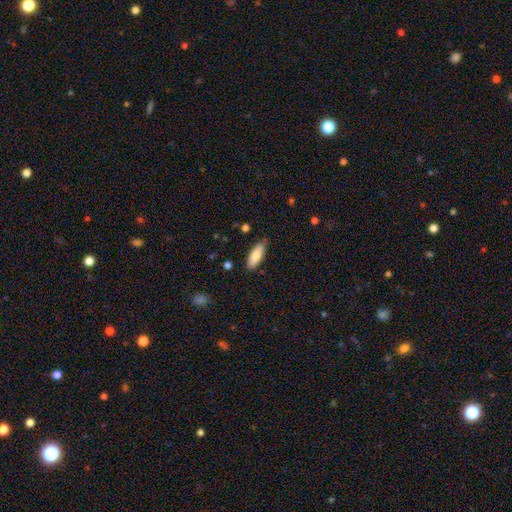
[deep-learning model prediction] A smooth galaxy with no disk features (83%) that is in between round and cigar-shaped (73%). Merging: none (81%).